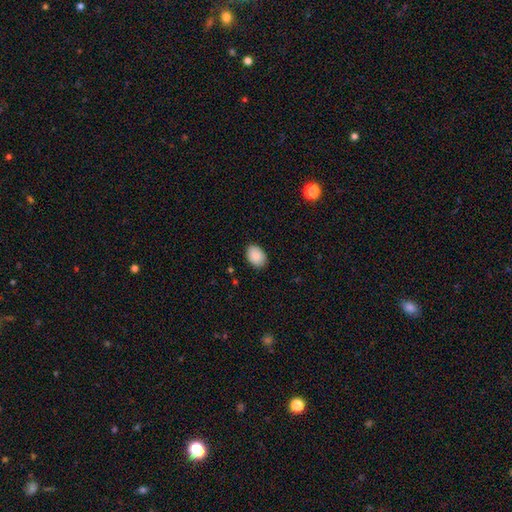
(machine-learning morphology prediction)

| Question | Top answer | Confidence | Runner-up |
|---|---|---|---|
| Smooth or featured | smooth | 89% | star or artifact (7%) |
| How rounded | in between | 80% | round (19%) |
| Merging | none | 87% | minor disturbance (10%) |